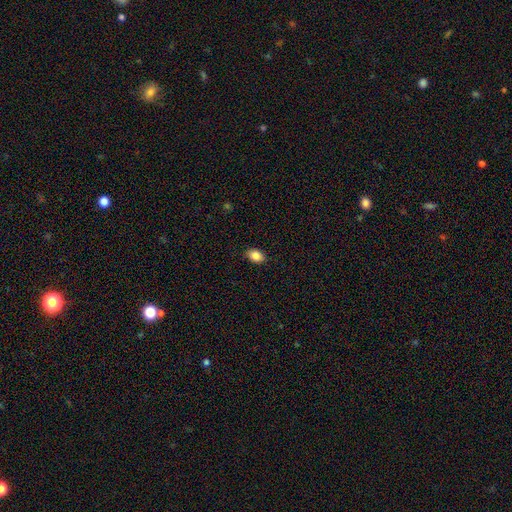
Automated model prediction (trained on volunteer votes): This is clearly a smooth galaxy (87%). How rounded: clearly in between (82%). Merging: clearly none (87%).